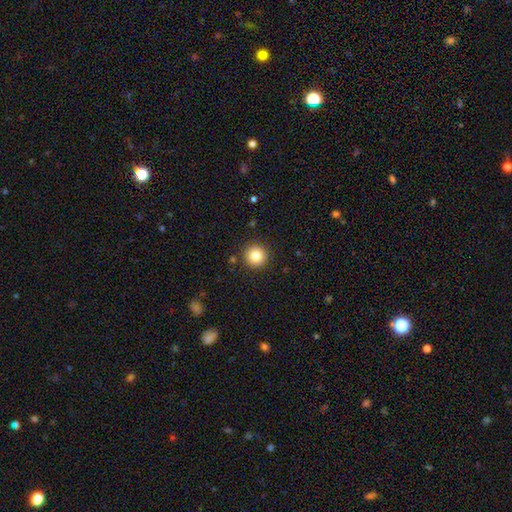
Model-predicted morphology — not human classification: type=smooth (84%); roundness=round (95%); merging=none (90%).